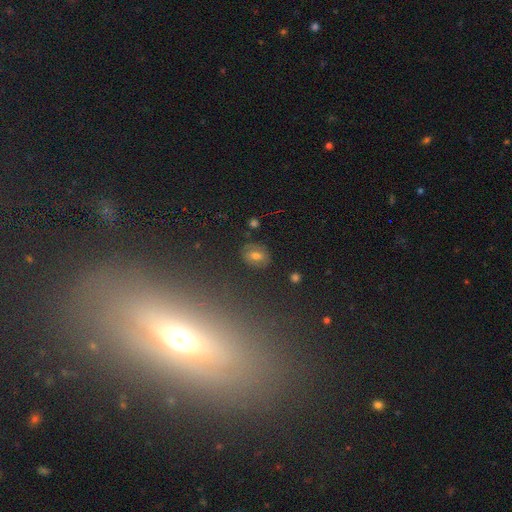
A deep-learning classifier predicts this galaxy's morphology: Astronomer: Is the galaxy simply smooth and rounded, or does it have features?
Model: smooth — 61%.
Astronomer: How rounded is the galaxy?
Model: in between — 65%.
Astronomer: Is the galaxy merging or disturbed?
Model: none — 83%.